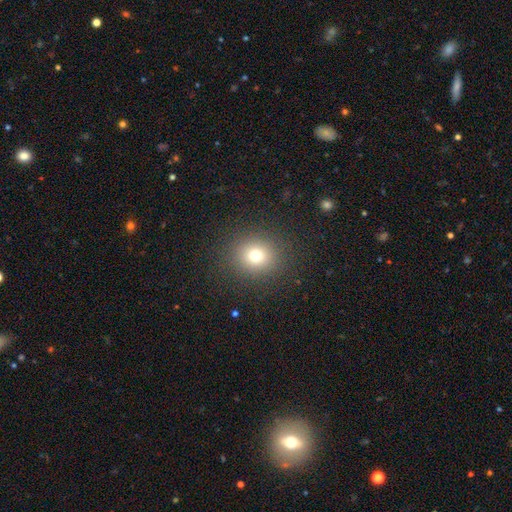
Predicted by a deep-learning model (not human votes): Smooth or featured? smooth (75%)
How rounded? round (83%)
Merging? none (89%)